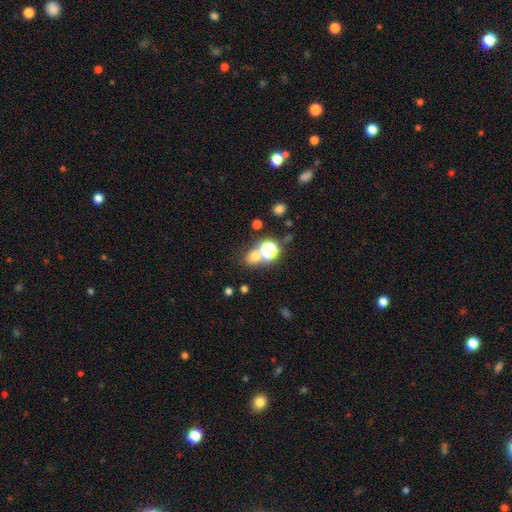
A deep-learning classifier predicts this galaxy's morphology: smooth_or_featured: smooth (p=0.61) [alt: star or artifact p=0.30]
how_rounded: round (p=0.67) [alt: in between p=0.32]
merging: none (p=0.58) [alt: merger p=0.27]